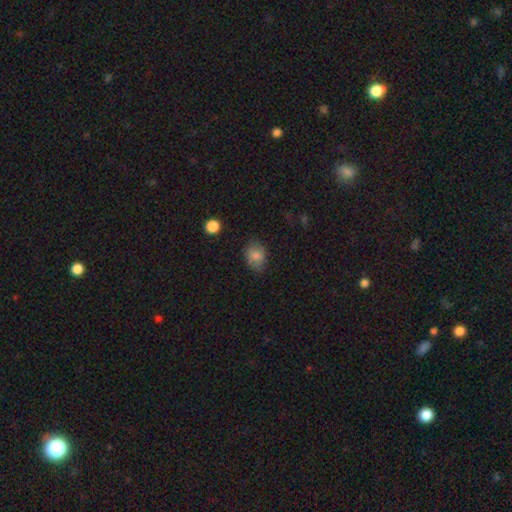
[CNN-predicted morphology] This appears to be a smooth galaxy with no disk features (81%) that is in between round and cigar-shaped (62%). Merging: none (76%).